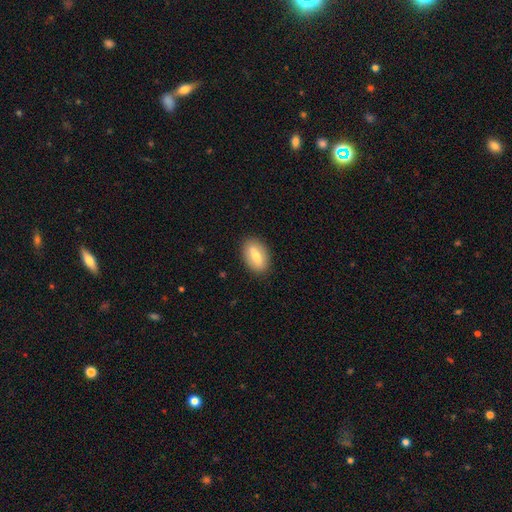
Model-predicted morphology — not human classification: This appears to be a smooth galaxy with no disk features (66%) that is in between round and cigar-shaped (87%). Merging: none (87%).